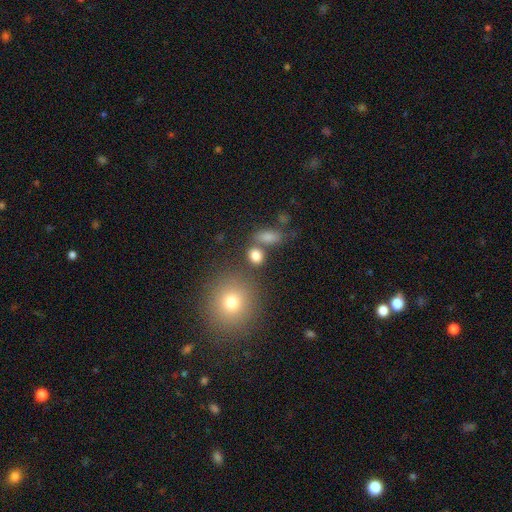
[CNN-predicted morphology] Smooth or featured? smooth (80%)
How rounded? in between (55%)
Merging? none (63%)